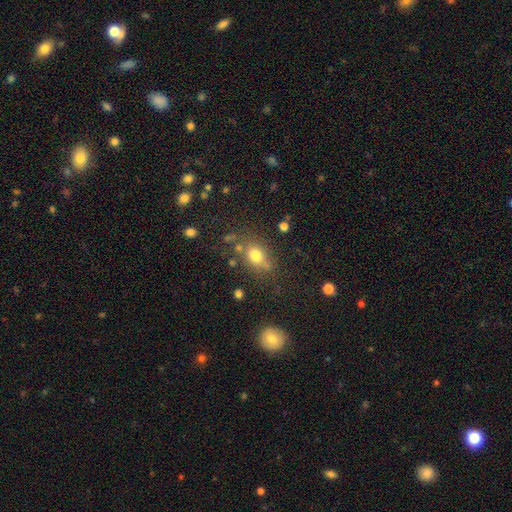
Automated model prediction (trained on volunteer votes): Smooth or featured: smooth — 75% (star or artifact — 14%)
How rounded: in between — 55% (round — 43%)
Merging: none — 67% (minor disturbance — 17%)